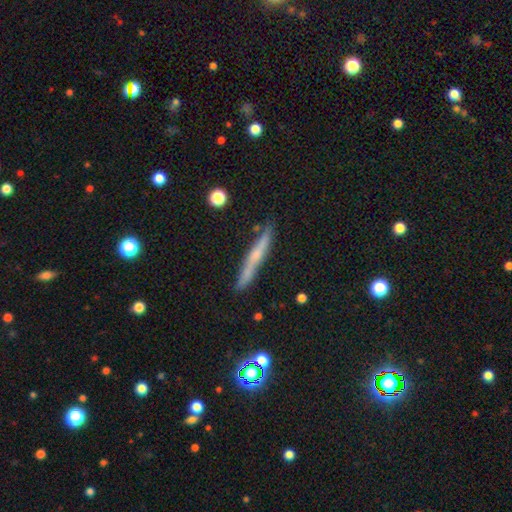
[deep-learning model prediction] Smooth or featured? Predicted: featured or disk (p=0.47). Merging? Predicted: none (p=0.85).